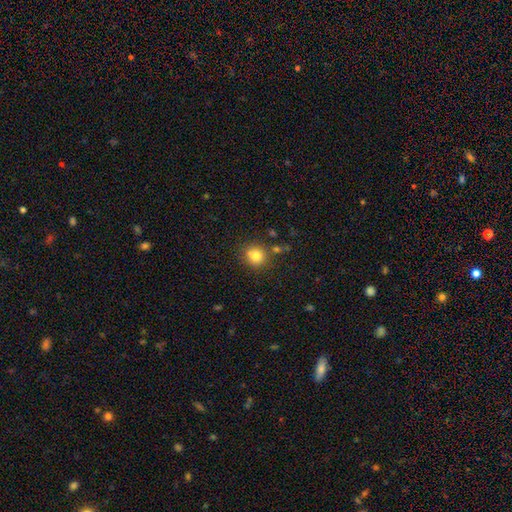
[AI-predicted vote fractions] smooth-or-featured: smooth: 79% | star or artifact: 12% | featured or disk: 9%
  how-rounded: round: 83% | in between: 16% | cigar-shaped: 1%
  merging: none: 73% | minor disturbance: 14% | merger: 9% | major disturbance: 4%